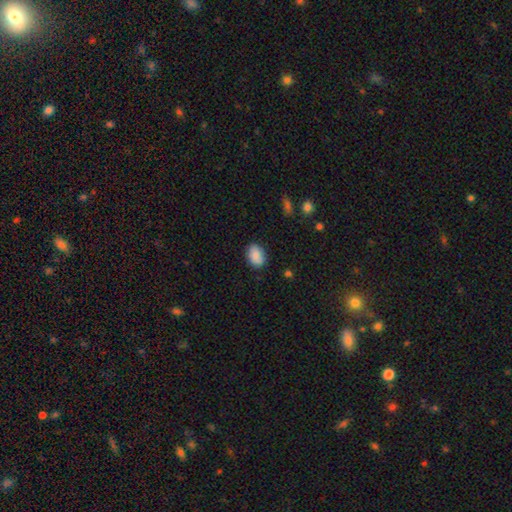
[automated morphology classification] smooth-or-featured: smooth: 86% | star or artifact: 7% | featured or disk: 7%
  how-rounded: in between: 80% | round: 19% | cigar-shaped: 1%
  merging: none: 83% | minor disturbance: 13% | major disturbance: 3% | merger: 1%